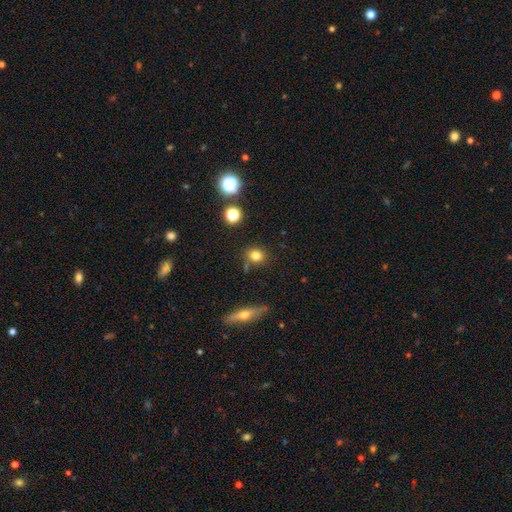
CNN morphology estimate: A smooth galaxy with no disk features (78%) that is round (71%).

Vote fractions:
- Smooth or featured? smooth: 78% / star or artifact: 13% / featured or disk: 9%
- How rounded? round: 71% / in between: 27% / cigar-shaped: 2%
- Merging? none: 78% / minor disturbance: 12% / merger: 6% / major disturbance: 3%